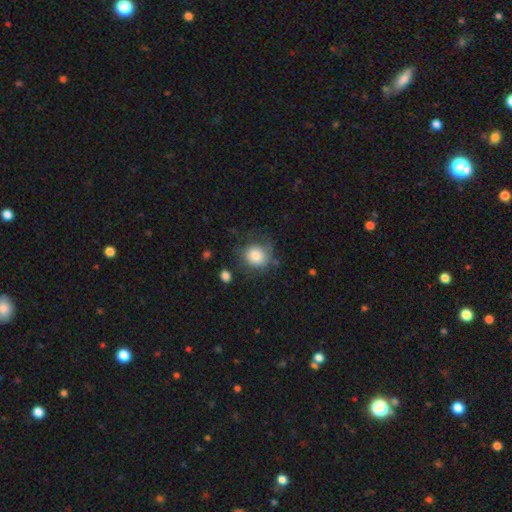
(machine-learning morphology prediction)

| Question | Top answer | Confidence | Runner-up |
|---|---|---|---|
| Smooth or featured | smooth | 80% | featured or disk (11%) |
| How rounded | round | 81% | in between (18%) |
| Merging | none | 61% | minor disturbance (22%) |